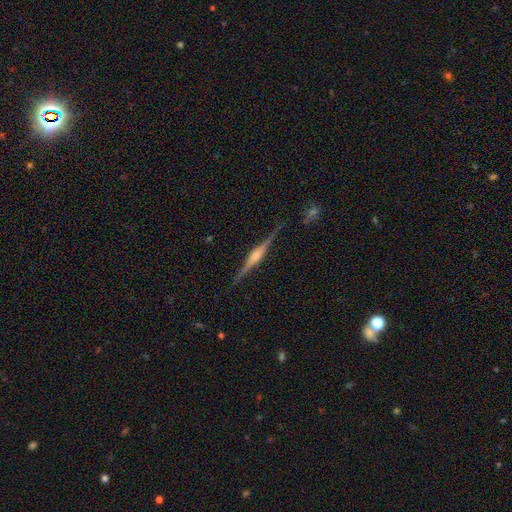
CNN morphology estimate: Smooth or featured? Predicted: featured or disk (p=0.81). Edge-on disk? Predicted: yes (p=0.98). Edge-on bulge? Predicted: rounded (p=0.74). Merging? Predicted: none (p=0.88).